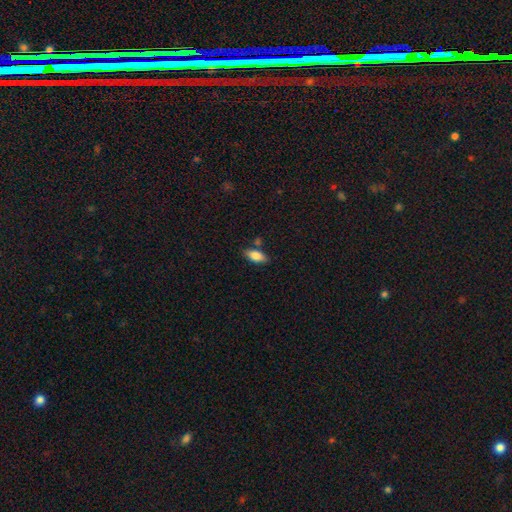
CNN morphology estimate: smooth_or_featured: smooth (p=0.83) [alt: featured or disk p=0.09]
how_rounded: in between (p=0.87) [alt: cigar-shaped p=0.10]
merging: none (p=0.74) [alt: minor disturbance p=0.15]